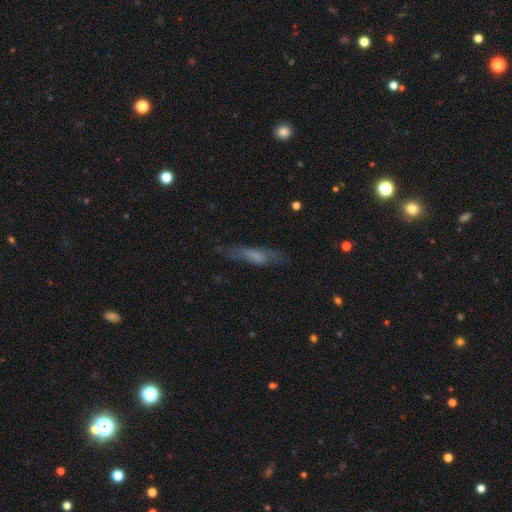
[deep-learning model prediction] smooth-or-featured: smooth: 51% | featured or disk: 39% | star or artifact: 9%
  how-rounded: cigar-shaped: 74% | in between: 23% | round: 2%
  merging: none: 68% | minor disturbance: 21% | major disturbance: 10% | merger: 2%